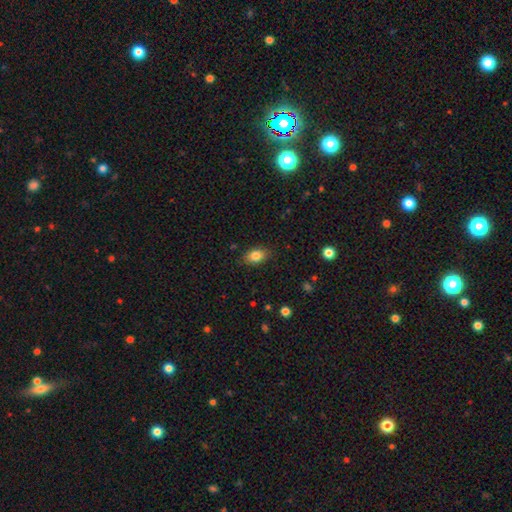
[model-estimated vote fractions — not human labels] Smooth or featured?
  - smooth: 83% *
  - star or artifact: 9%
  - featured or disk: 8%
How rounded?
  - in between: 82% *
  - round: 16%
  - cigar-shaped: 2%
Merging?
  - none: 85% *
  - minor disturbance: 11%
  - major disturbance: 3%
  - merger: 1%